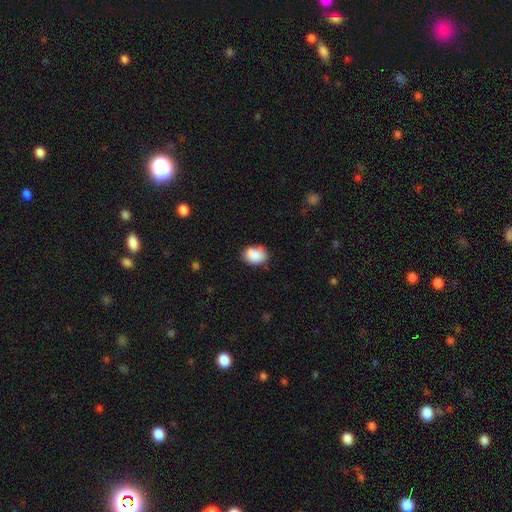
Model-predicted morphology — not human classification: Smooth or featured?
  - smooth: 87% *
  - star or artifact: 8%
  - featured or disk: 6%
How rounded?
  - in between: 70% *
  - round: 29%
  - cigar-shaped: 1%
Merging?
  - none: 66% *
  - minor disturbance: 24%
  - major disturbance: 5%
  - merger: 5%